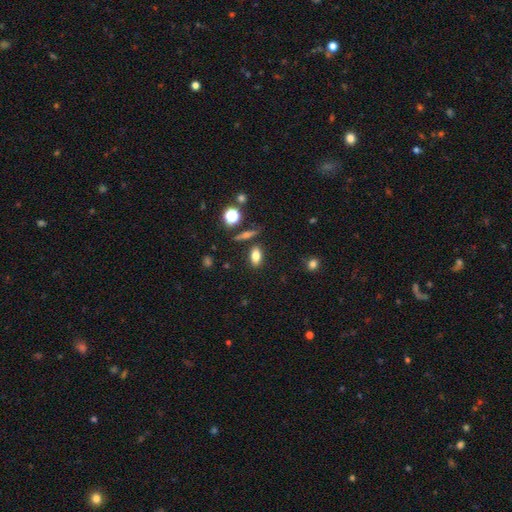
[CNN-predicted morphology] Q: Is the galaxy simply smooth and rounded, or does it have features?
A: smooth — 76%.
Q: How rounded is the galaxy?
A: in between — 79%.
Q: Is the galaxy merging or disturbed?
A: none — 81%.